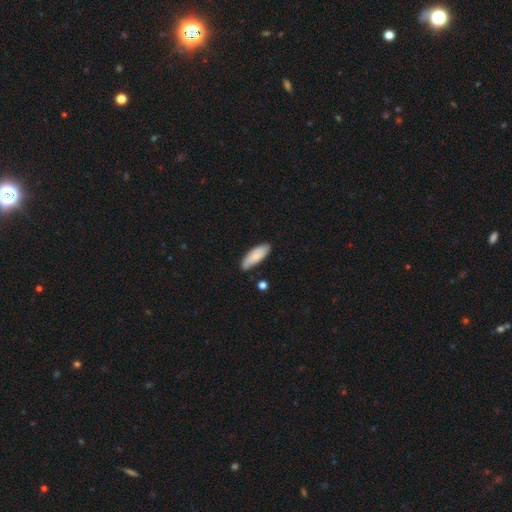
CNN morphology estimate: Smooth or featured? smooth (75%)
How rounded? in between (68%)
Merging? none (73%)